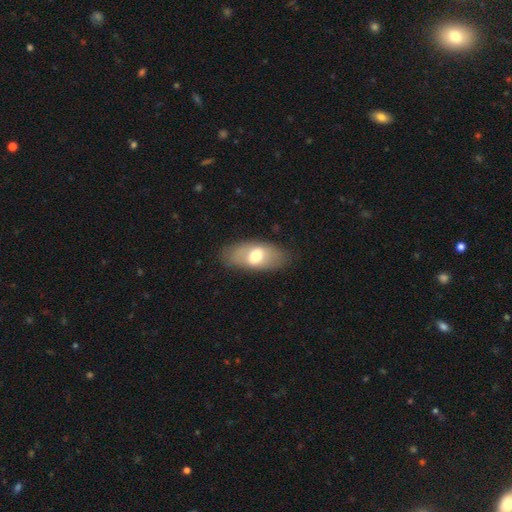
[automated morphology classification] The model was most divided on "smooth or featured": smooth: 60%, featured or disk: 33%, star or artifact: 7%. More confident: how rounded — in between (89%); merging — none (81%).